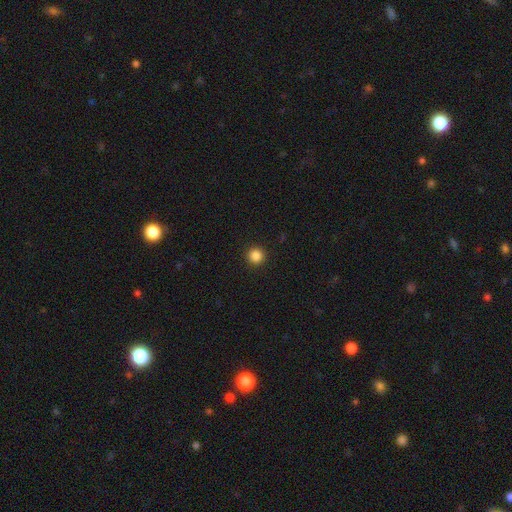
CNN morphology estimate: Smooth or featured?
  - smooth: 85% *
  - star or artifact: 11%
  - featured or disk: 3%
How rounded?
  - round: 96% *
  - in between: 3%
  - cigar-shaped: 1%
Merging?
  - none: 94% *
  - minor disturbance: 4%
  - major disturbance: 2%
  - merger: 1%